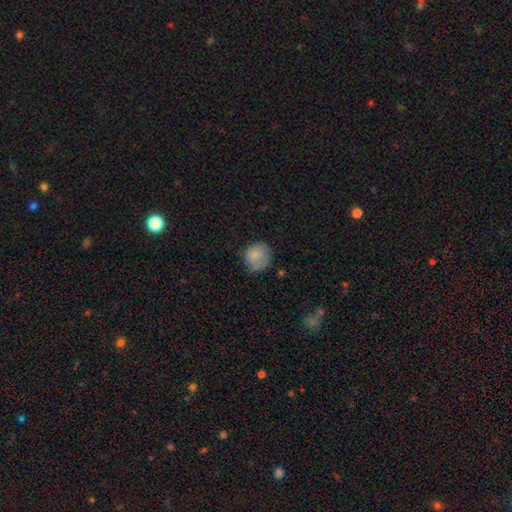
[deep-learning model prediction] This appears to be a smooth galaxy with no disk features (81%) that is round (84%). Merging: none (56%).